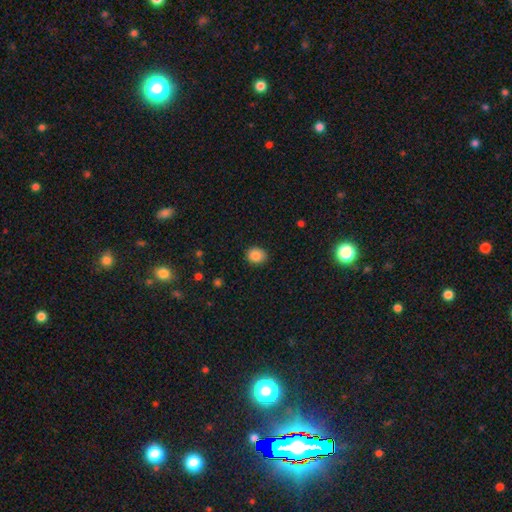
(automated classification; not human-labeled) A smooth galaxy with no disk features (86%) that is round (65%).

Vote fractions:
- Smooth or featured? smooth: 86% / star or artifact: 9% / featured or disk: 5%
- How rounded? round: 65% / in between: 34% / cigar-shaped: 1%
- Merging? none: 88% / minor disturbance: 9% / major disturbance: 2% / merger: 1%